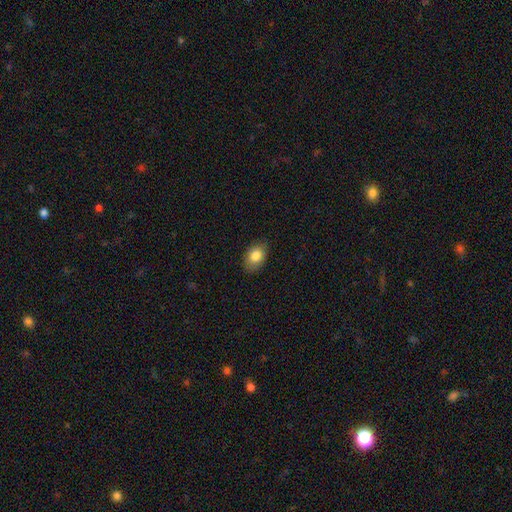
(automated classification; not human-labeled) The model was most divided on "how rounded": in between: 81%, round: 18%, cigar-shaped: 1%. More confident: smooth or featured — smooth (83%); merging — none (83%).